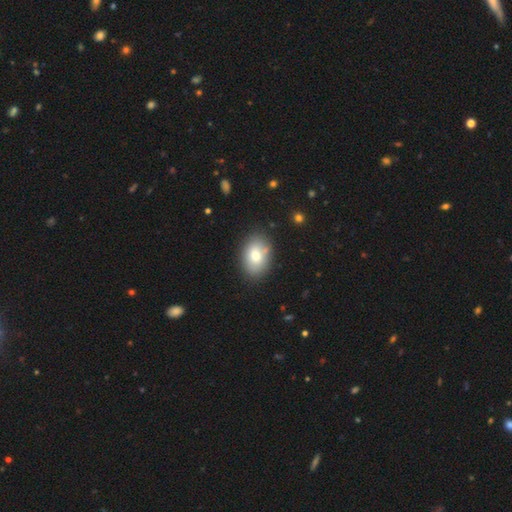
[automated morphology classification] smooth-or-featured: smooth: 75% | featured or disk: 16% | star or artifact: 9%
  how-rounded: in between: 83% | round: 16% | cigar-shaped: 1%
  merging: none: 82% | minor disturbance: 12% | major disturbance: 3% | merger: 3%